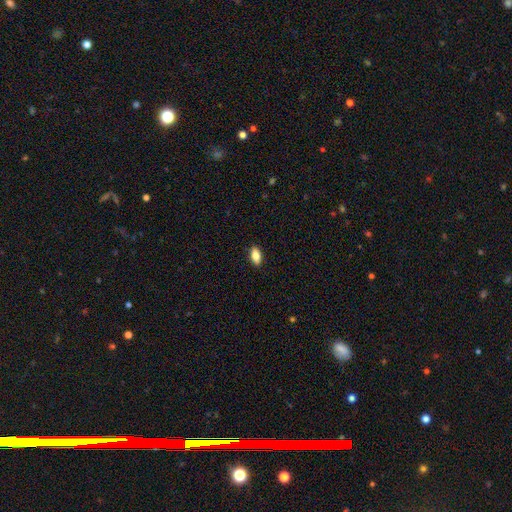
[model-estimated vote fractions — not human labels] Overall: smooth (81%). How rounded: in between (88%). Merging: none (90%).